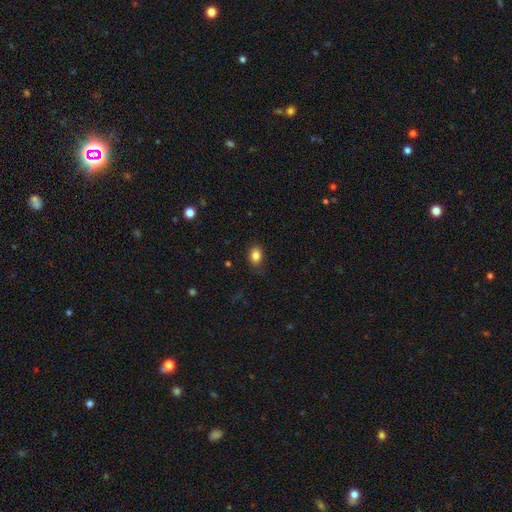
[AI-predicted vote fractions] smooth 84%, star or artifact 9%, featured or disk 7%. Down the decision tree: how rounded — in between (75%); merging — none (80%).